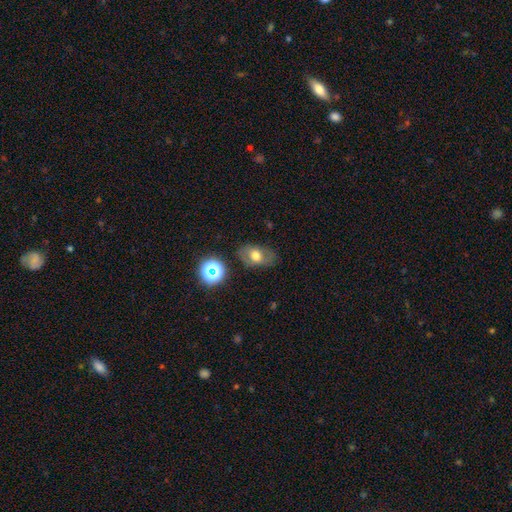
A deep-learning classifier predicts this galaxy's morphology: smooth 59%, featured or disk 28%, star or artifact 13%. Down the decision tree: how rounded — in between (79%); merging — none (76%).